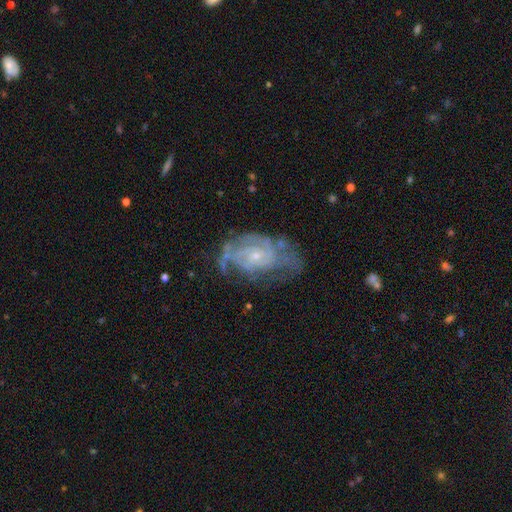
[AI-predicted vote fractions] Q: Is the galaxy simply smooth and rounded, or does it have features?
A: featured or disk — 81%.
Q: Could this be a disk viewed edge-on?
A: no — 96%.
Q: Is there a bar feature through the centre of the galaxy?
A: no — 72%.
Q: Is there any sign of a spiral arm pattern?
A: yes — 88%.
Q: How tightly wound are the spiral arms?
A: tight — 54%.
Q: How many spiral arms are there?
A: can't tell — 40%.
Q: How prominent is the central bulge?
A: small — 76%.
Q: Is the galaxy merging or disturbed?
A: none — 50%.